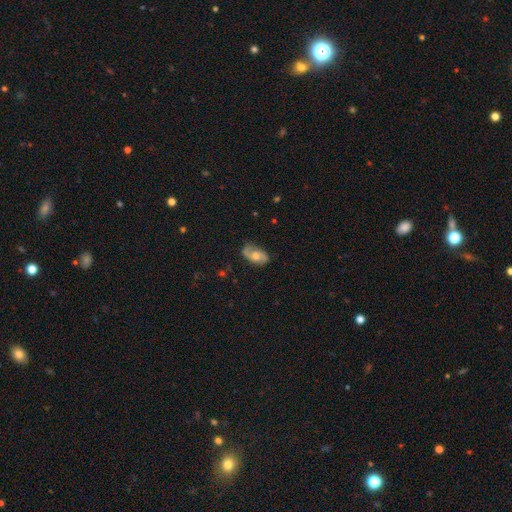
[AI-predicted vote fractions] Morphology: type=featured or disk (67%); edge-on=no (96%); bar=no (63%); spiral arms=yes (91%); winding=medium (43%); arm count=2 (85%); bulge=moderate (60%); merging=none (73%).